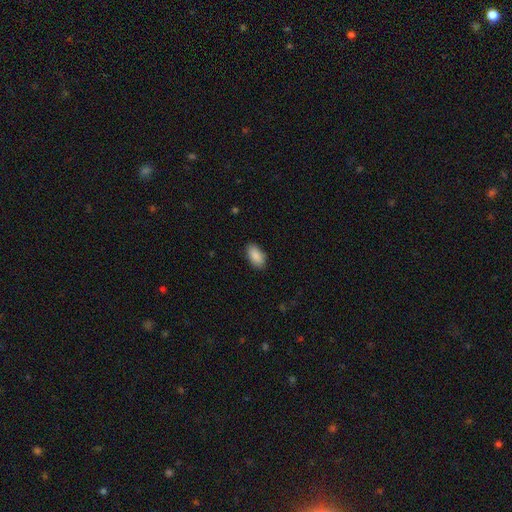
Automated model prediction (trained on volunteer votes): smooth_or_featured: smooth (p=0.89) [alt: star or artifact p=0.07]
how_rounded: in between (p=0.94) [alt: round p=0.03]
merging: none (p=0.86) [alt: minor disturbance p=0.11]